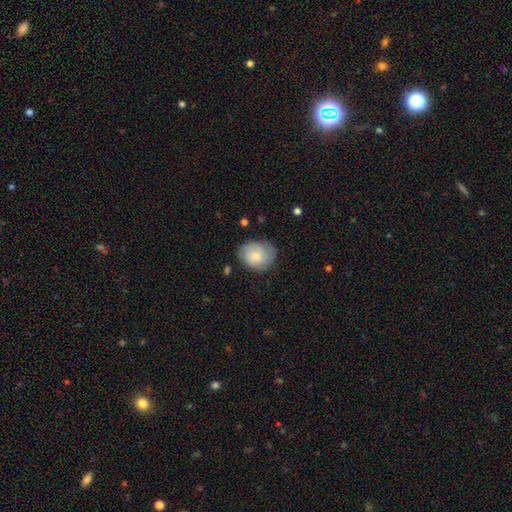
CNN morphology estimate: This is likely a smooth galaxy (72%). How rounded: possibly round (50%). Merging: likely none (71%).